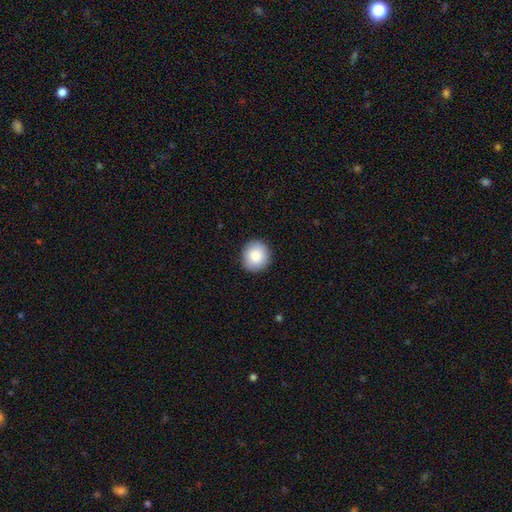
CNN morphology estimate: A smooth galaxy with no disk features (85%) that is round (90%).

Vote fractions:
- Smooth or featured? smooth: 85% / featured or disk: 7% / star or artifact: 7%
- How rounded? round: 90% / in between: 9% / cigar-shaped: 1%
- Merging? none: 91% / minor disturbance: 7% / major disturbance: 2% / merger: 1%